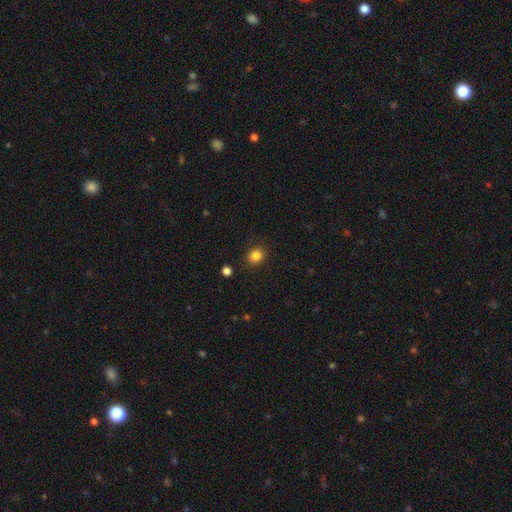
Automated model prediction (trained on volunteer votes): A smooth galaxy with no disk features (84%) that is round (66%). Merging: none (86%).